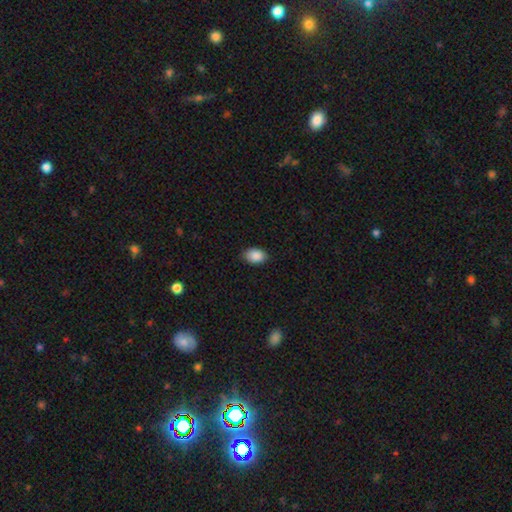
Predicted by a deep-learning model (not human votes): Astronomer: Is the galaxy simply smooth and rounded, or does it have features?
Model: smooth — 89%.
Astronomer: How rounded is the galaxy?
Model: in between — 84%.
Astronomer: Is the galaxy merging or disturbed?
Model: none — 83%.